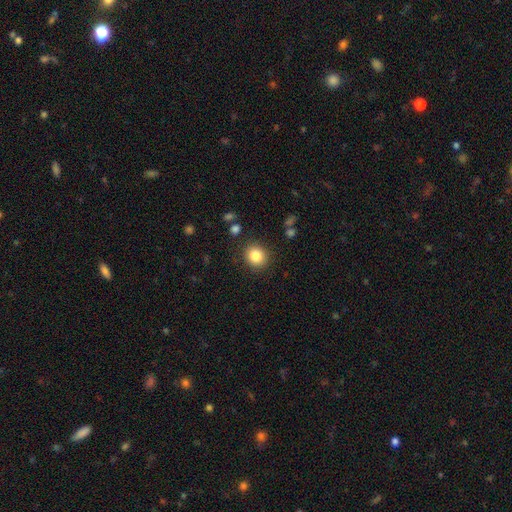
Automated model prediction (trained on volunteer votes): This appears to be a smooth galaxy with no disk features (84%) that is round (82%). Merging: none (88%).